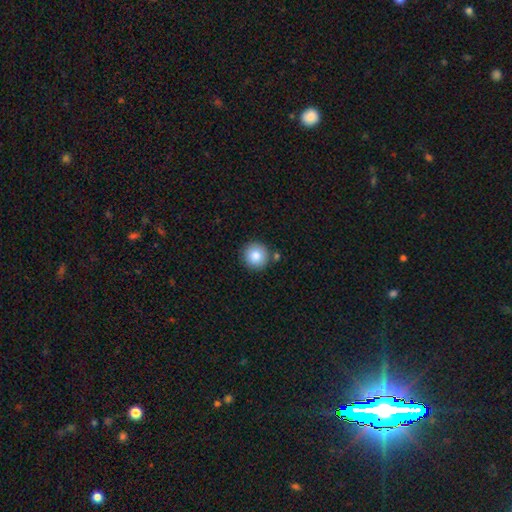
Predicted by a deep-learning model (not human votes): The model was most divided on "smooth or featured": smooth: 85%, star or artifact: 9%, featured or disk: 7%. More confident: how rounded — round (95%); merging — none (84%).